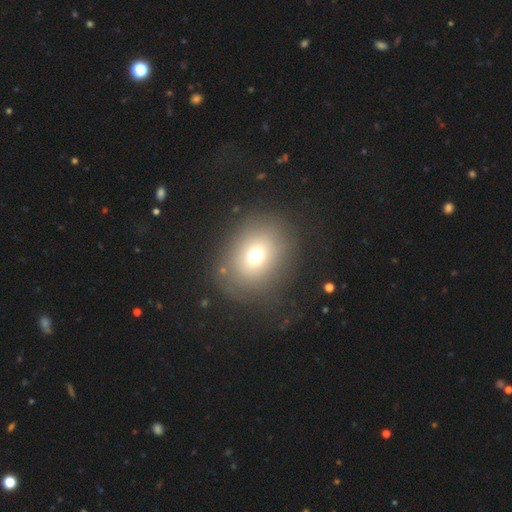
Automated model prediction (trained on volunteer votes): Smooth or featured: smooth — 70% (featured or disk — 15%)
How rounded: round — 58% (in between — 41%)
Merging: none — 78% (minor disturbance — 12%)